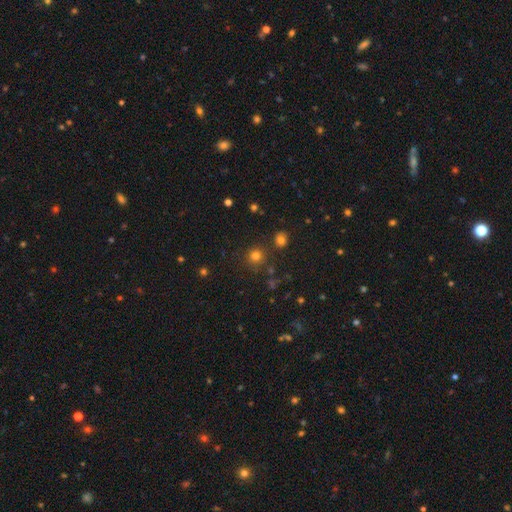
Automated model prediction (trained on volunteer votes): Smooth or featured? smooth (76%)
How rounded? round (92%)
Merging? none (83%)